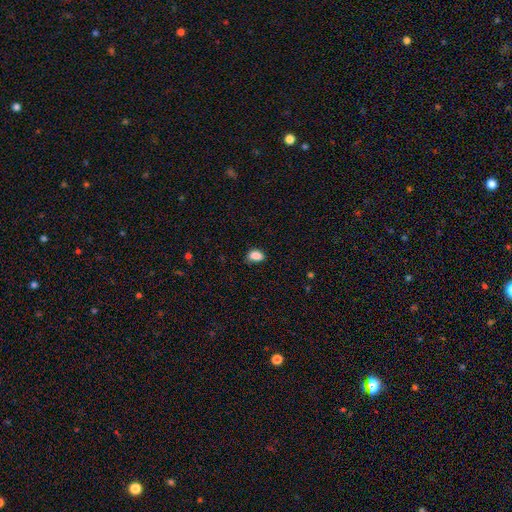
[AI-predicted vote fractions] Smooth or featured? Predicted: smooth (p=0.87). How rounded? Predicted: in between (p=0.82). Merging? Predicted: none (p=0.70).